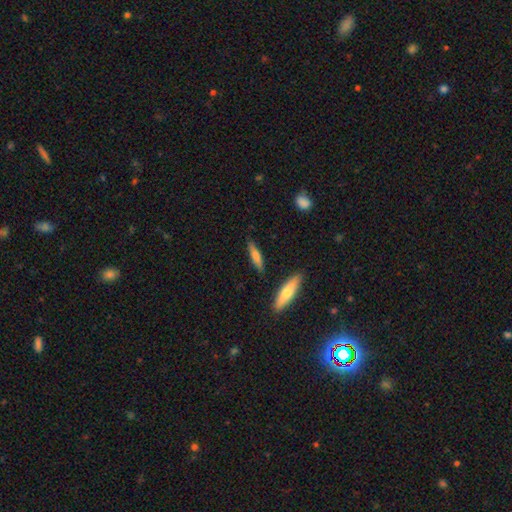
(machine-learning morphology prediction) smooth 57%, featured or disk 36%, star or artifact 7%. Down the decision tree: how rounded — cigar-shaped (76%); merging — none (83%).